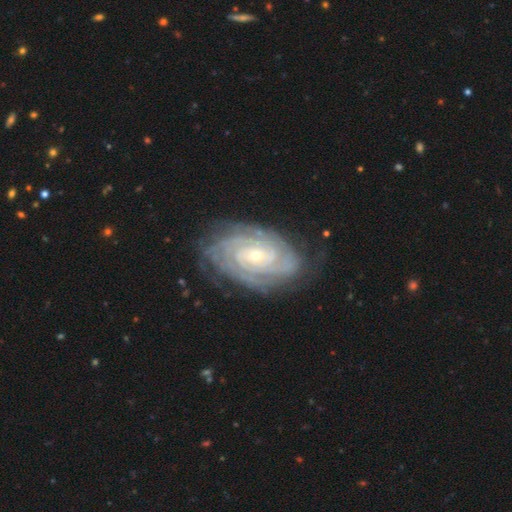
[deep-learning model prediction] Morphology: type=featured or disk (90%); edge-on=no (96%); bar=no (62%); spiral arms=yes (98%); winding=tight (84%); arm count=can't tell (25%); bulge=small (72%); merging=none (78%).